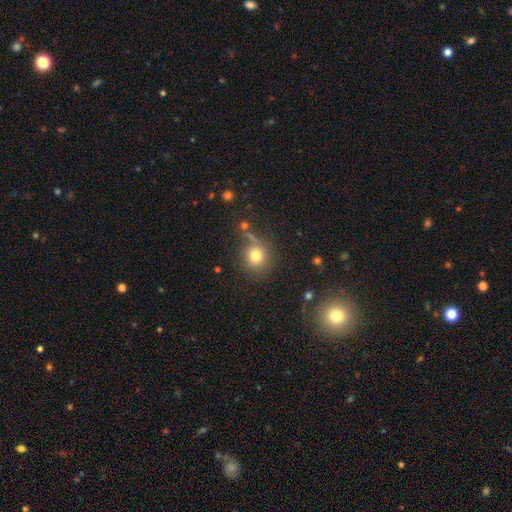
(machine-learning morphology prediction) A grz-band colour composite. It shows a smooth galaxy with no disk features (77%) that is round (85%). Merging: none (69%).